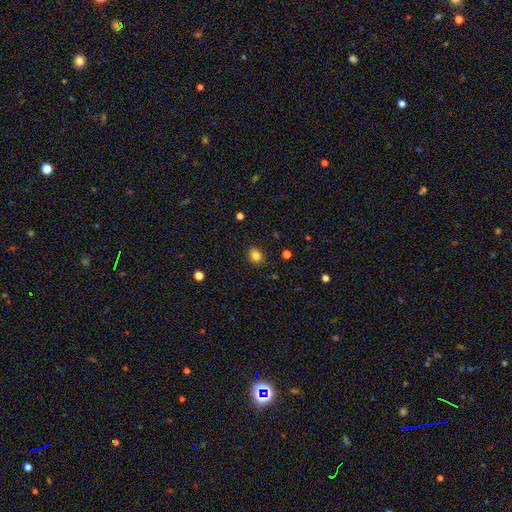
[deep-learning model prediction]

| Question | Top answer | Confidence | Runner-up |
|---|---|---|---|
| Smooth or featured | smooth | 83% | star or artifact (11%) |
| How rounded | in between | 59% | round (40%) |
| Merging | none | 88% | minor disturbance (9%) |